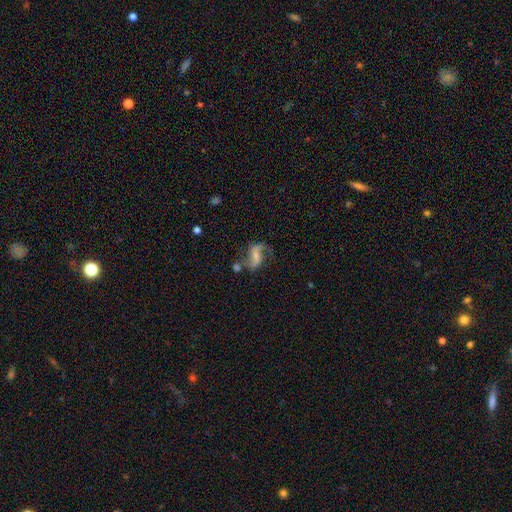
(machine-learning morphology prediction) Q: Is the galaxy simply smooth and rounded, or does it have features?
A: featured or disk — 76%.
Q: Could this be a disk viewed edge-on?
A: no — 97%.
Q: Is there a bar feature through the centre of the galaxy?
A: weak — 41%.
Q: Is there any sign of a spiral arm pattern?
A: yes — 92%.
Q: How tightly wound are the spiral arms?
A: loose — 68%.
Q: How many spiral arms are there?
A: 2 — 88%.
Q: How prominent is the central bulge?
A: small — 50%.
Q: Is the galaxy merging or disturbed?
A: none — 53%.